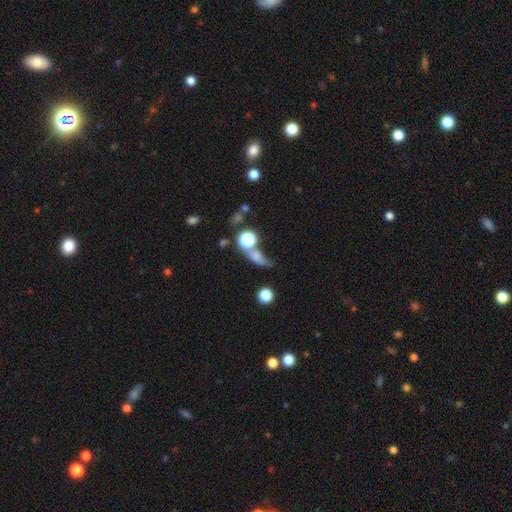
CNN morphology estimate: Smooth or featured: smooth — 61% (star or artifact — 21%)
How rounded: in between — 41% (round — 36%)
Merging: none — 38% (merger — 22%)